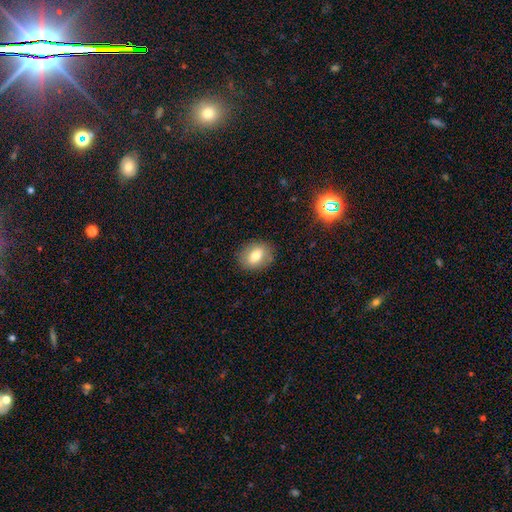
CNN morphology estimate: Smooth or featured?
  - smooth: 73% *
  - featured or disk: 18%
  - star or artifact: 9%
How rounded?
  - in between: 61% *
  - round: 37%
  - cigar-shaped: 1%
Merging?
  - none: 86% *
  - minor disturbance: 10%
  - major disturbance: 3%
  - merger: 1%